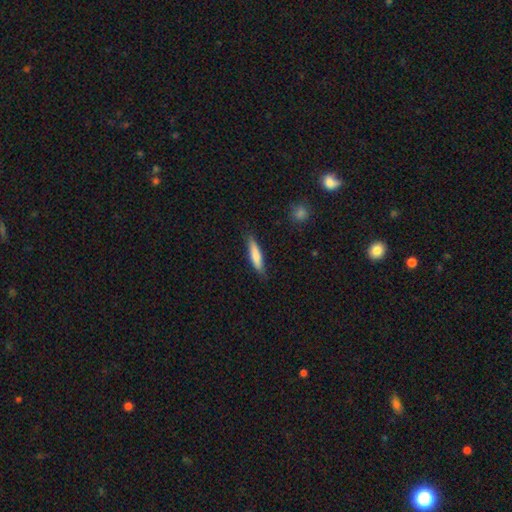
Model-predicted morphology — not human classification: This appears to be a smooth galaxy with no disk features (76%) that is cigar-shaped (81%). Merging: none (81%).